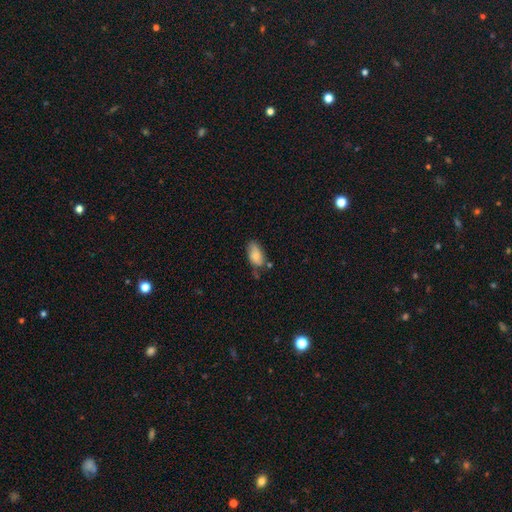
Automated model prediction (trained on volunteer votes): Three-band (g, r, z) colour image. It shows a smooth galaxy with no disk features (76%) that is in between round and cigar-shaped (91%). Merging: none (52%).